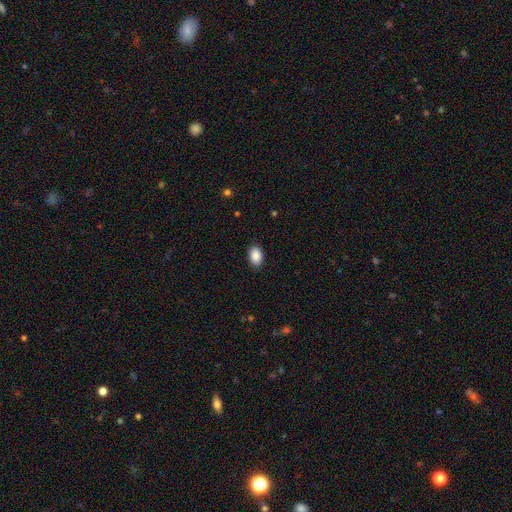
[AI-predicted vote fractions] A smooth galaxy with no disk features (89%) that is in between round and cigar-shaped (88%). Merging: none (88%).